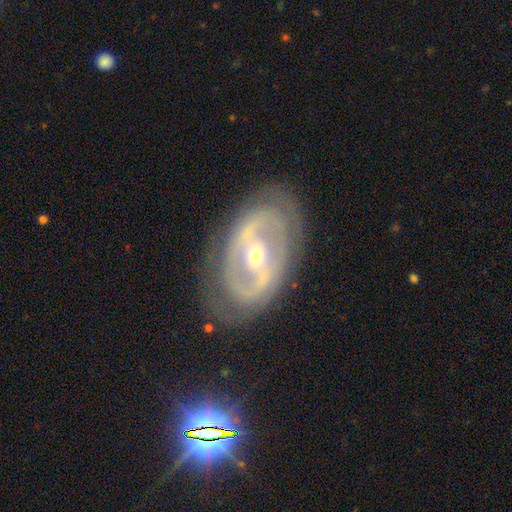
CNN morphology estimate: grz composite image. It shows a featured or disk galaxy (82%) with a strong bar (47%), spiral arms (64%) and a small central bulge (58%). Merging: none (77%).